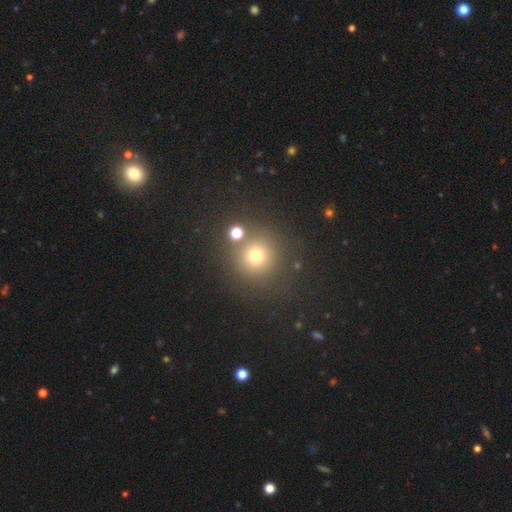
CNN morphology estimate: A smooth galaxy with no disk features (70%) that is round (93%). Merging: none (78%).